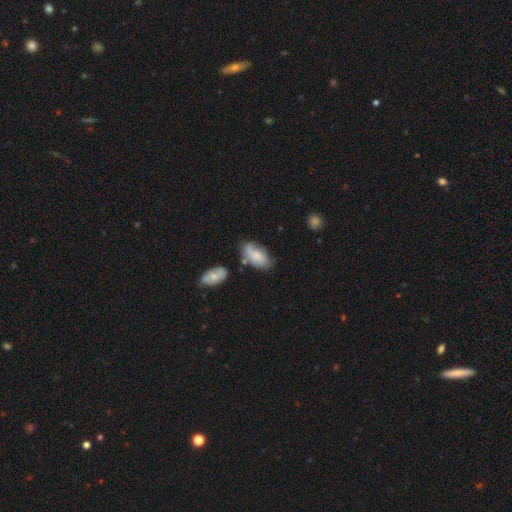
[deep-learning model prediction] smooth 69%, featured or disk 24%, star or artifact 7%. Down the decision tree: how rounded — in between (93%); merging — none (52%).